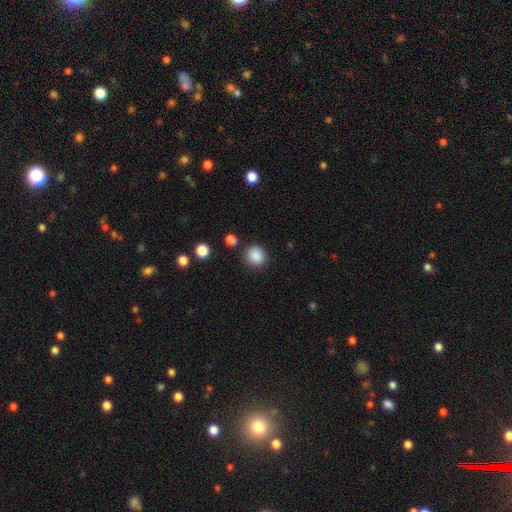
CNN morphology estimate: This appears to be a smooth galaxy with no disk features (87%) that is round (85%). Merging: none (85%).